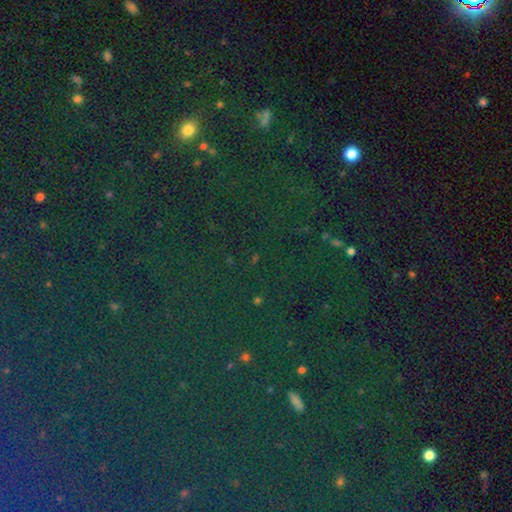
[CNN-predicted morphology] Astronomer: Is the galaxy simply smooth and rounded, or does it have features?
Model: star or artifact — 78%.